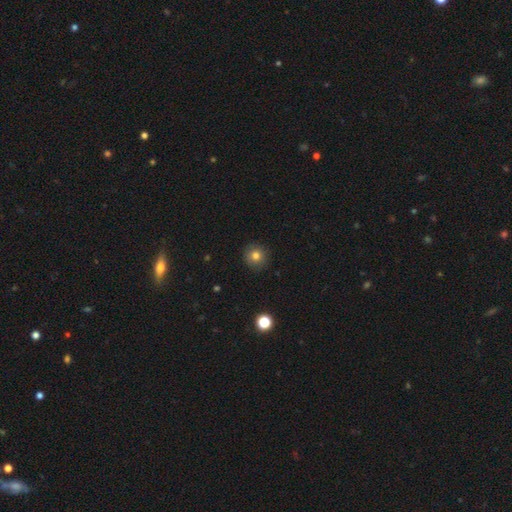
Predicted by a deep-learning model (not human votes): This appears to be a smooth galaxy with no disk features (79%) that is round (94%). Merging: none (91%).